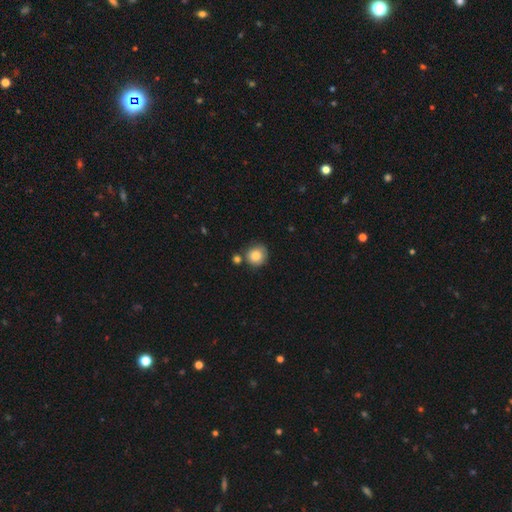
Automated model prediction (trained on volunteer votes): smooth-or-featured: smooth: 84% | star or artifact: 8% | featured or disk: 8%
  how-rounded: round: 88% | in between: 11% | cigar-shaped: 1%
  merging: none: 68% | minor disturbance: 16% | merger: 12% | major disturbance: 4%